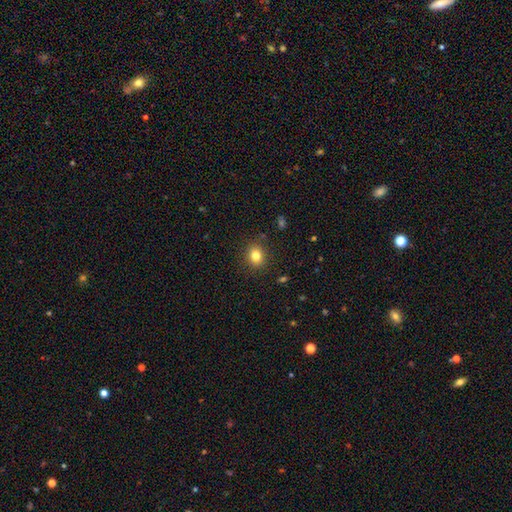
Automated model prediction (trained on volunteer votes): A smooth galaxy with no disk features (81%) that is round (67%). Merging: none (88%).